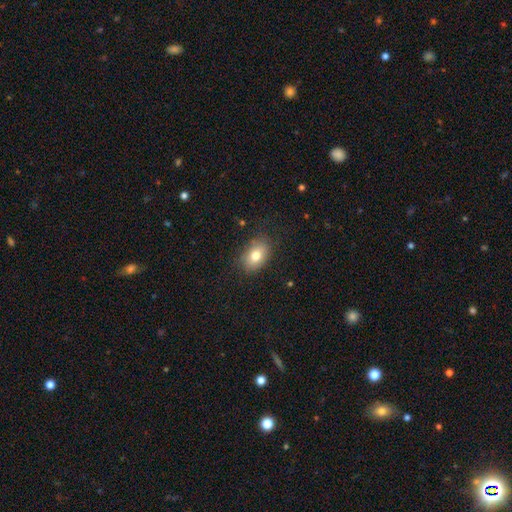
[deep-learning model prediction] Q: Smooth or featured?
A: smooth (78%); runner-up: featured or disk (13%)
Q: How rounded?
A: in between (81%); runner-up: round (18%)
Q: Merging?
A: none (82%); runner-up: minor disturbance (13%)